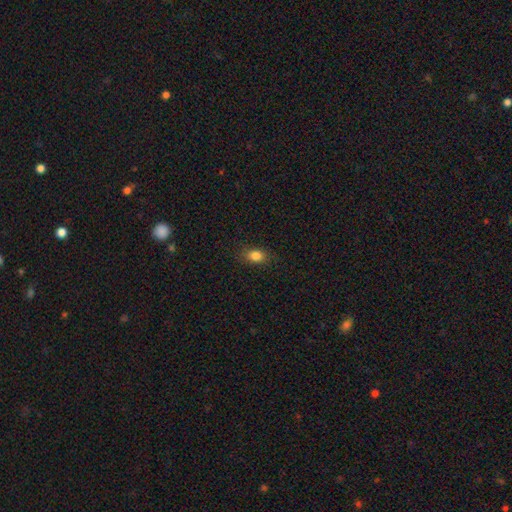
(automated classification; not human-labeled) Smooth or featured? Predicted: smooth (p=0.84). How rounded? Predicted: in between (p=0.74). Merging? Predicted: none (p=0.85).